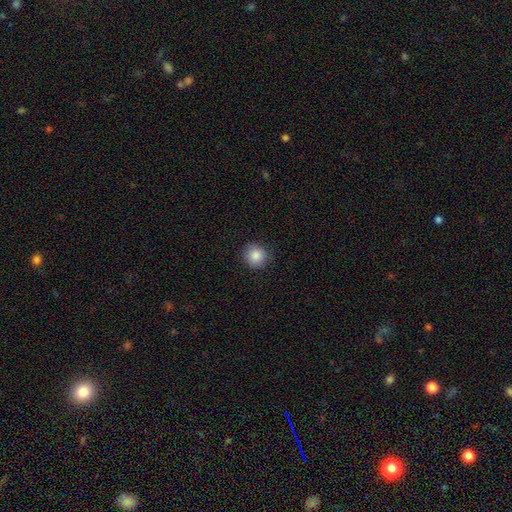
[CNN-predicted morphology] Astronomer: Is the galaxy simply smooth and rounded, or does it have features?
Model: smooth — 87%.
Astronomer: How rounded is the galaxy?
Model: round — 90%.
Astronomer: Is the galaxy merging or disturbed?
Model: none — 87%.